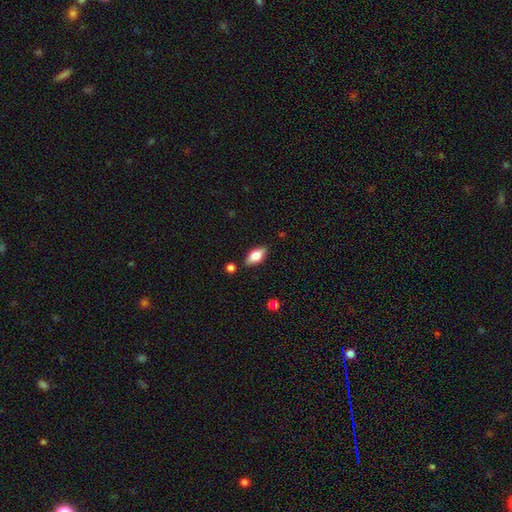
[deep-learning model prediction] A smooth galaxy with no disk features (70%) that is in between round and cigar-shaped (84%).

Vote fractions:
- Smooth or featured? smooth: 70% / featured or disk: 23% / star or artifact: 7%
- How rounded? in between: 84% / cigar-shaped: 12% / round: 3%
- Merging? none: 84% / minor disturbance: 11% / merger: 3% / major disturbance: 2%